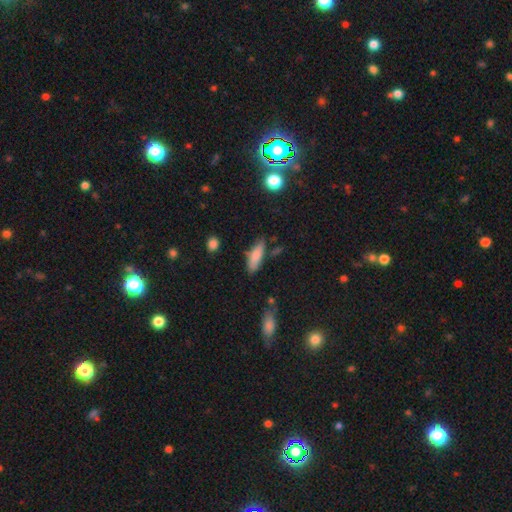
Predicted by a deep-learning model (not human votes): A smooth galaxy with no disk features (80%) that is in between round and cigar-shaped (51%).

Vote fractions:
- Smooth or featured? smooth: 80% / featured or disk: 13% / star or artifact: 7%
- How rounded? in between: 51% / cigar-shaped: 46% / round: 2%
- Merging? none: 69% / minor disturbance: 20% / merger: 6% / major disturbance: 5%